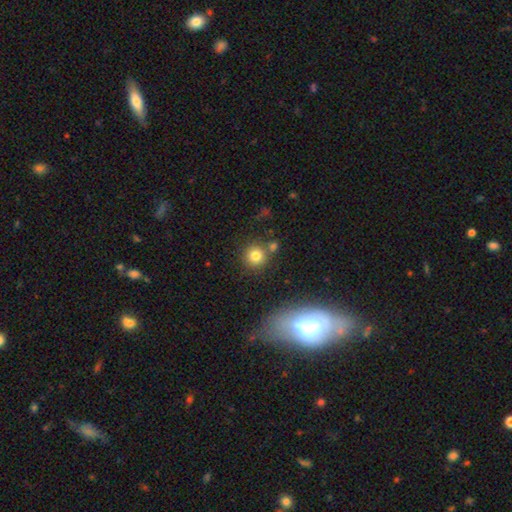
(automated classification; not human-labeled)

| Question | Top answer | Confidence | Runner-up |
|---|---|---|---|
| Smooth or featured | smooth | 80% | star or artifact (12%) |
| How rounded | round | 92% | in between (7%) |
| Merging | none | 76% | merger (12%) |